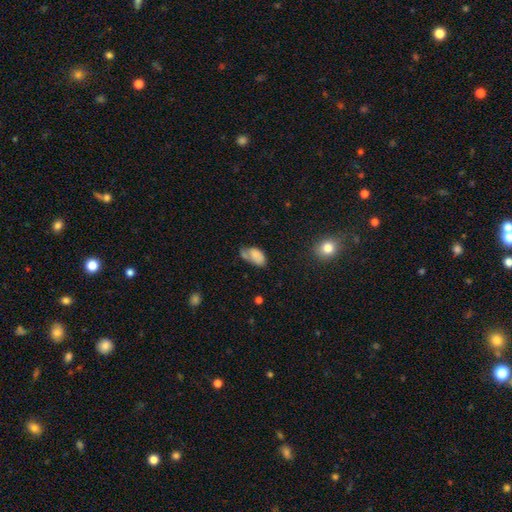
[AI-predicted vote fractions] This appears to be a smooth galaxy with no disk features (75%) that is in between round and cigar-shaped (92%). Merging: none (35%).